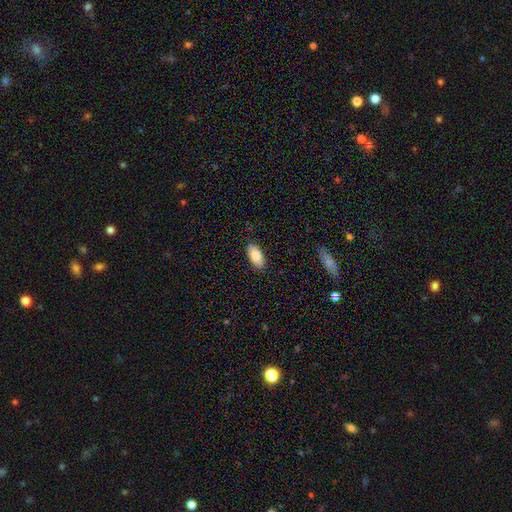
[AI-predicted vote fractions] Smooth or featured? smooth (82%)
How rounded? in between (92%)
Merging? none (87%)